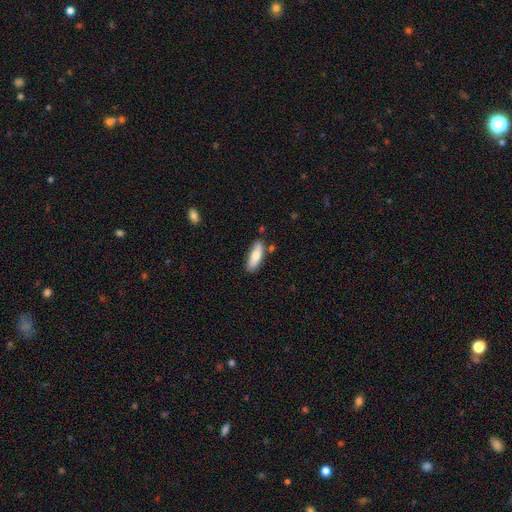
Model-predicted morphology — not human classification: A smooth galaxy with no disk features (76%) that is in between round and cigar-shaped (58%). Merging: none (77%).